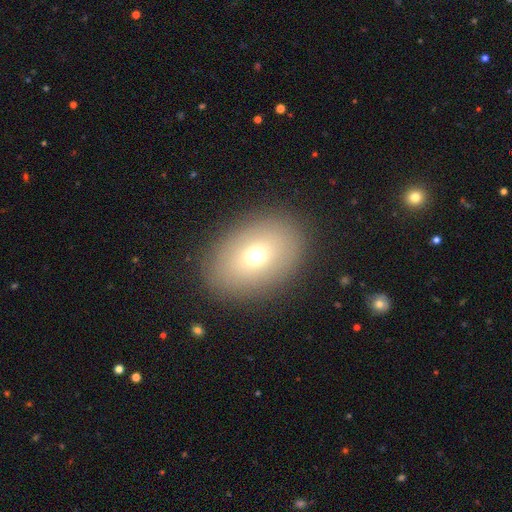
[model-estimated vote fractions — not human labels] The model was most divided on "smooth or featured": smooth: 69%, featured or disk: 19%, star or artifact: 13%. More confident: merging — none (87%); how rounded — in between (75%).